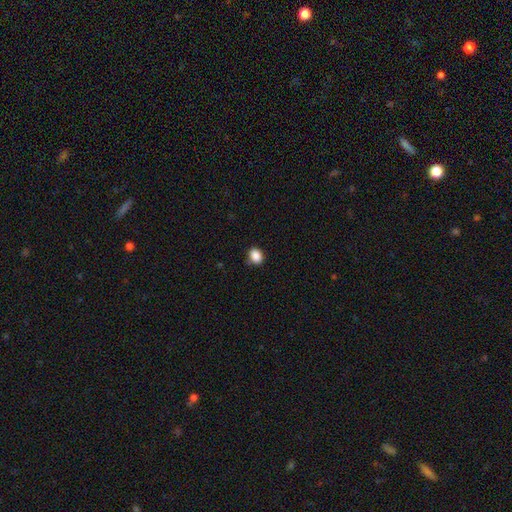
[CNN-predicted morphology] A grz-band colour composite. It shows a smooth galaxy with no disk features (87%) that is in between round and cigar-shaped (51%). Merging: none (82%).